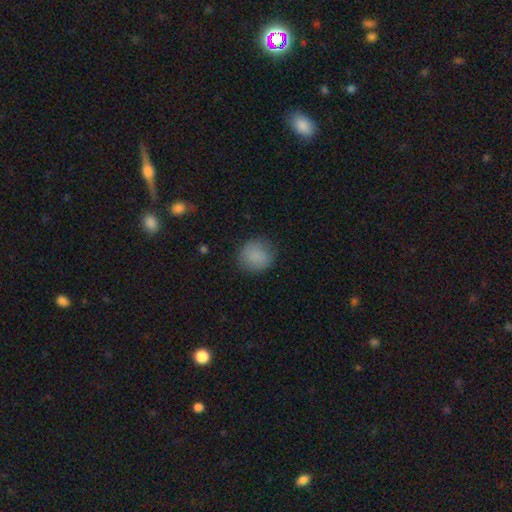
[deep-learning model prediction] This is clearly a smooth galaxy (86%). How rounded: clearly round (86%). Merging: clearly none (84%).